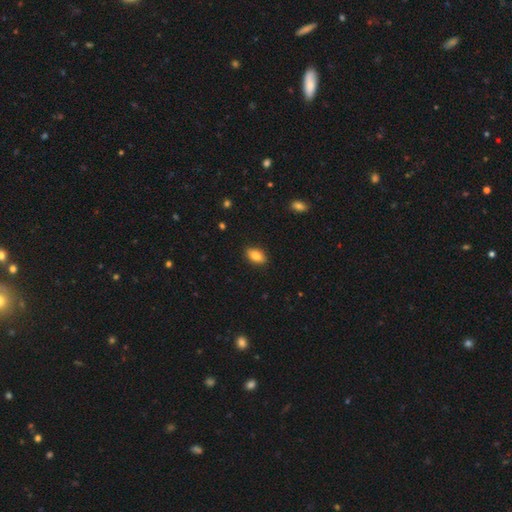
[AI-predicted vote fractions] smooth 83%, featured or disk 9%, star or artifact 8%. Down the decision tree: how rounded — in between (89%); merging — none (88%).